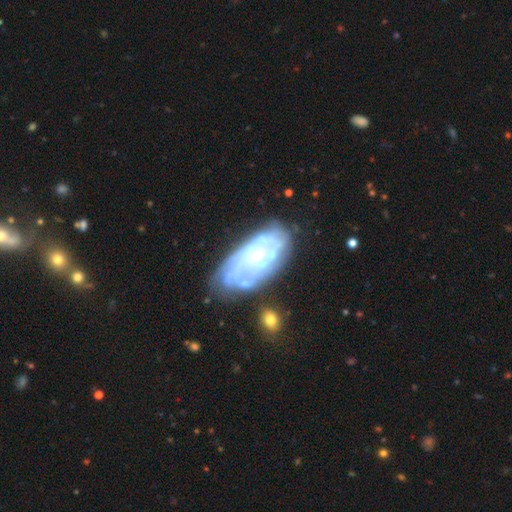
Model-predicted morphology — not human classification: featured or disk 74%, smooth 18%, star or artifact 8%. Down the decision tree: edge-on disk — no (94%); bar — no (80%); spiral arms — yes (55%); bulge size — small (61%); merging — none (51%).